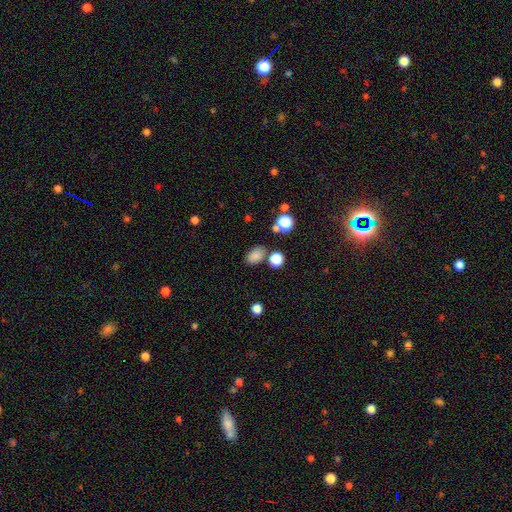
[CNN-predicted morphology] smooth 82%, star or artifact 13%, featured or disk 5%. Down the decision tree: how rounded — in between (80%); merging — none (73%).